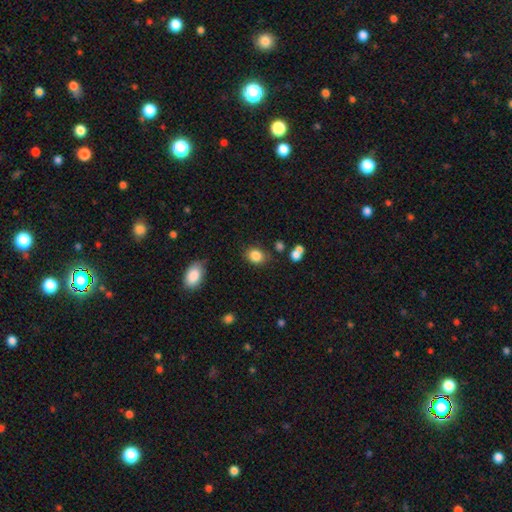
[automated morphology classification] Q: Smooth or featured?
A: smooth (85%); runner-up: star or artifact (10%)
Q: How rounded?
A: in between (52%); runner-up: round (47%)
Q: Merging?
A: none (77%); runner-up: minor disturbance (14%)